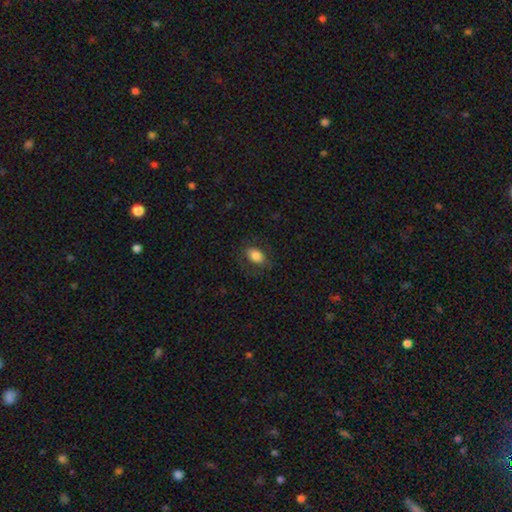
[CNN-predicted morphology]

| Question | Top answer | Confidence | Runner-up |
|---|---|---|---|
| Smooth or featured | smooth | 80% | featured or disk (12%) |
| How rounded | in between | 87% | round (12%) |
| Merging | none | 76% | minor disturbance (15%) |